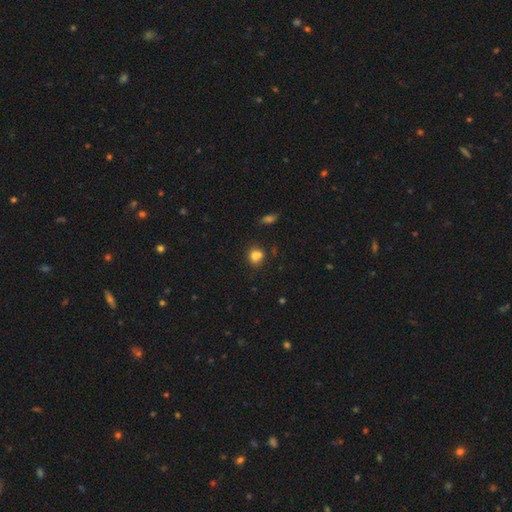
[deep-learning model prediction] smooth_or_featured: smooth (p=0.78) [alt: star or artifact p=0.13]
how_rounded: round (p=0.63) [alt: in between p=0.35]
merging: none (p=0.54) [alt: merger p=0.24]